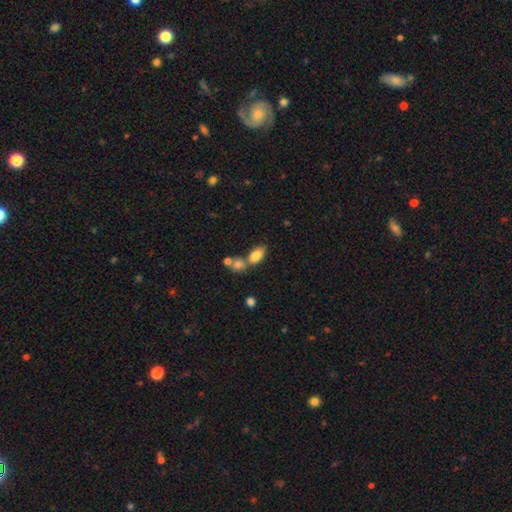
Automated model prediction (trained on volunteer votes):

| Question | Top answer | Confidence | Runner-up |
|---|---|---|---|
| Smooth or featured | smooth | 81% | featured or disk (10%) |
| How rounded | in between | 90% | round (6%) |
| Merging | none | 45% | merger (38%) |